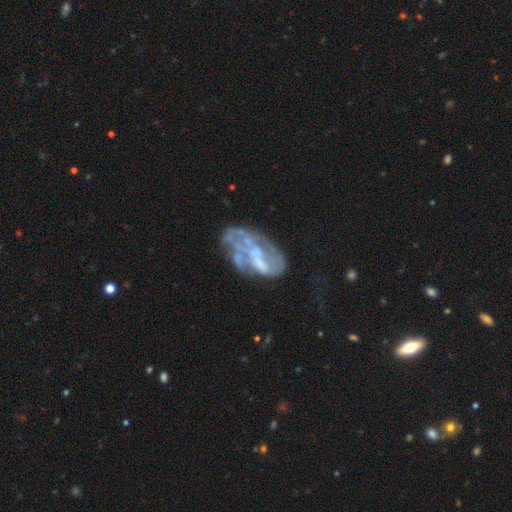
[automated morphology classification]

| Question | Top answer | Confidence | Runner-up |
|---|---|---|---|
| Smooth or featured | featured or disk | 69% | smooth (20%) |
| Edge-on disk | no | 96% | yes (4%) |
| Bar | no | 66% | weak (25%) |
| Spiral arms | no | 64% | yes (36%) |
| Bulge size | none | 47% | moderate (24%) |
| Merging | none | 33% | tied: major disturbance (33%) |